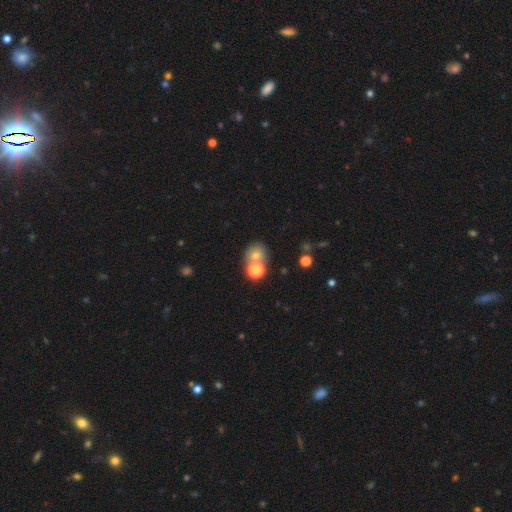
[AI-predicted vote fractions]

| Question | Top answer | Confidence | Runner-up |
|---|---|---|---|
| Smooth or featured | smooth | 69% | star or artifact (18%) |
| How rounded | round | 73% | in between (26%) |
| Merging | none | 51% | merger (36%) |